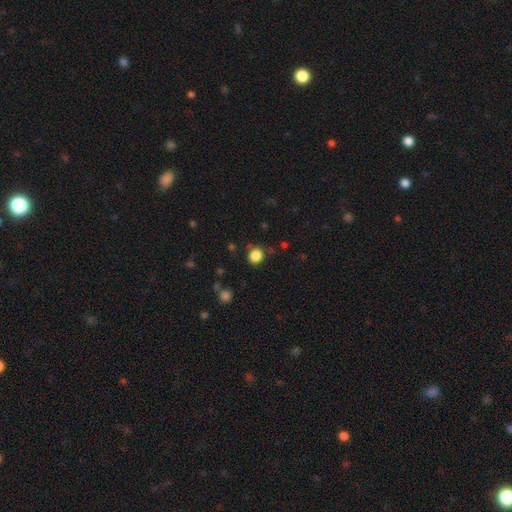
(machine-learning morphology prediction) Smooth or featured? smooth (85%)
How rounded? round (85%)
Merging? none (83%)